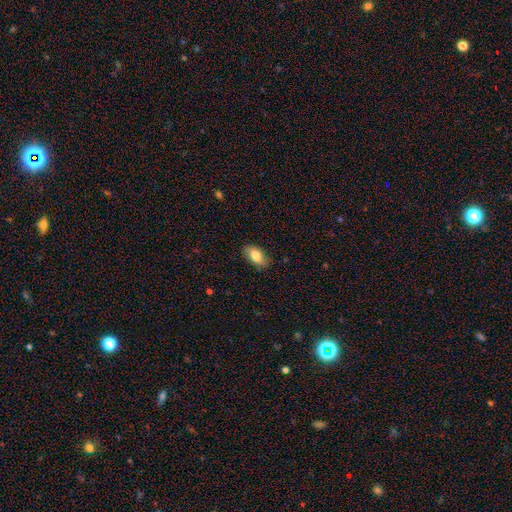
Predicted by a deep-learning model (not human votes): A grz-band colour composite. It shows a smooth galaxy with no disk features (81%) that is in between round and cigar-shaped (91%). Merging: none (83%).